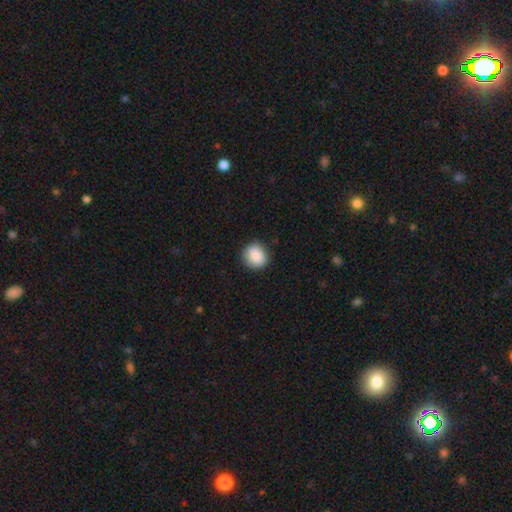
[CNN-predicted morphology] smooth-or-featured: smooth: 87% | star or artifact: 8% | featured or disk: 5%
  how-rounded: round: 84% | in between: 15% | cigar-shaped: 1%
  merging: none: 87% | minor disturbance: 9% | major disturbance: 2% | merger: 1%